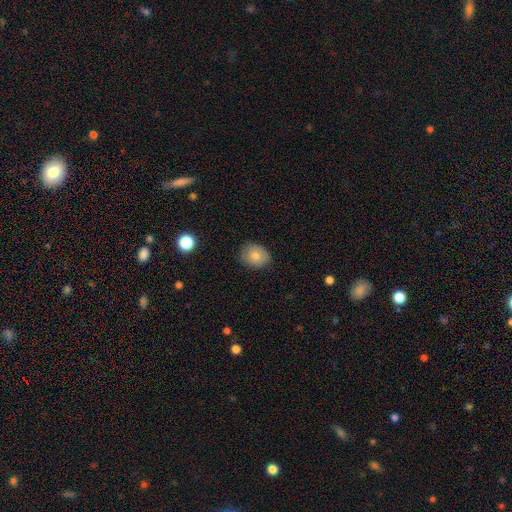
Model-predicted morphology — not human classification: A smooth galaxy with no disk features (79%) that is round (54%). Merging: none (80%).